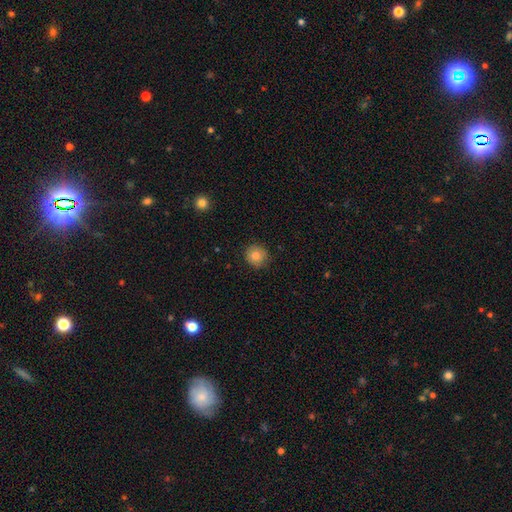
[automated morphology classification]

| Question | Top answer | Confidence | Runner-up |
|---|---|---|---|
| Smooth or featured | smooth | 82% | star or artifact (10%) |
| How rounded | round | 94% | in between (5%) |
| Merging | none | 89% | minor disturbance (8%) |